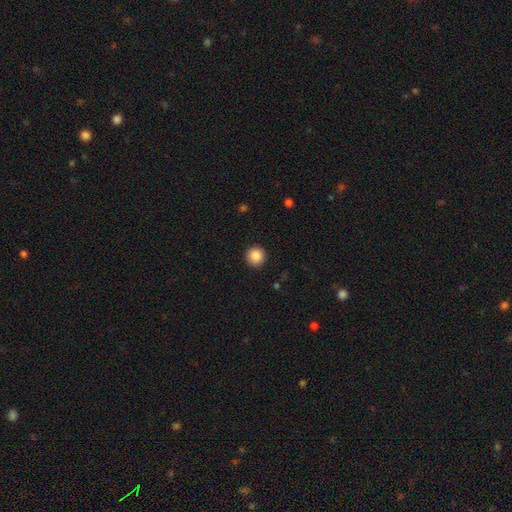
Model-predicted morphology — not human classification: This is clearly a smooth galaxy (88%). How rounded: clearly round (95%). Merging: clearly none (92%).